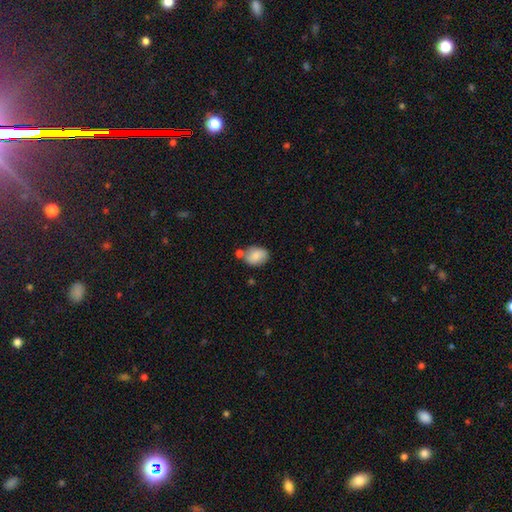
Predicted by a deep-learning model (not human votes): A smooth galaxy with no disk features (80%) that is in between round and cigar-shaped (72%). Merging: none (61%).